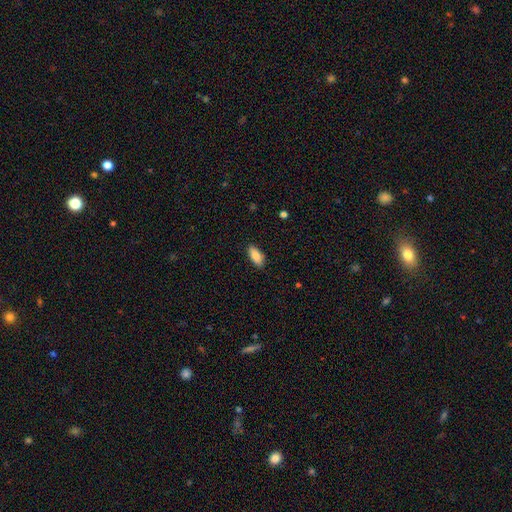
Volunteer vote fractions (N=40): Morphology: type=smooth (88%); roundness=in between (86%); merging=none (88%).